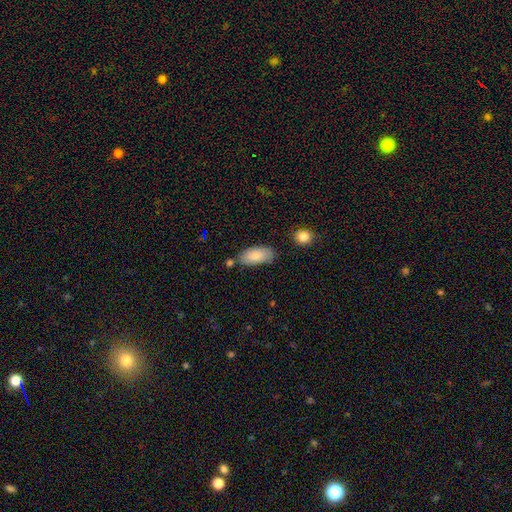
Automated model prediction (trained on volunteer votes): Smooth or featured? smooth (84%)
How rounded? in between (91%)
Merging? none (69%)